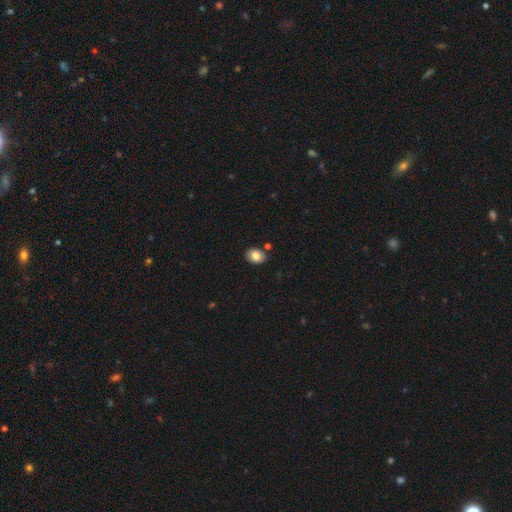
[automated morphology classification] Smooth or featured? Predicted: smooth (p=0.81). How rounded? Predicted: in between (p=0.70). Merging? Predicted: none (p=0.84).